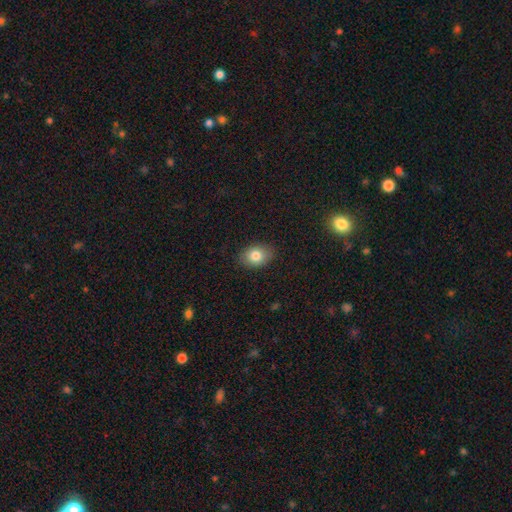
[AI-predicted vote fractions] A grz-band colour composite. It shows a smooth galaxy with no disk features (81%) that is in between round and cigar-shaped (71%). Merging: none (86%).